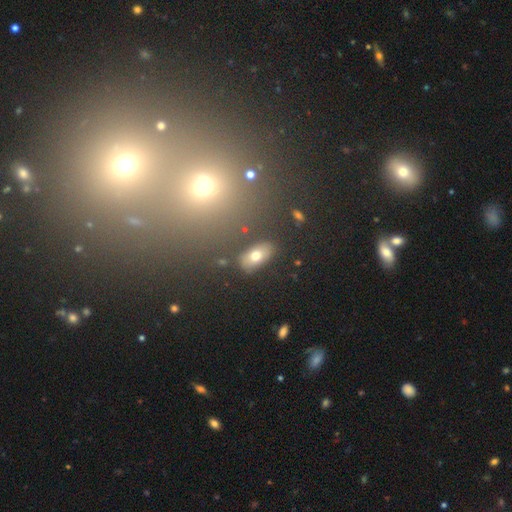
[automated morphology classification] Q: Smooth or featured?
A: smooth (71%); runner-up: featured or disk (17%)
Q: How rounded?
A: in between (88%); runner-up: round (8%)
Q: Merging?
A: none (81%); runner-up: minor disturbance (11%)